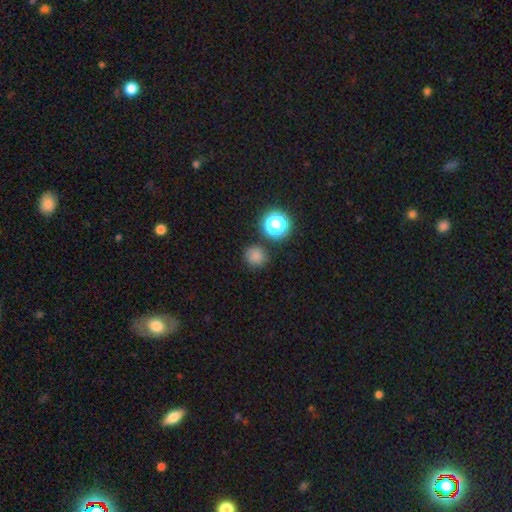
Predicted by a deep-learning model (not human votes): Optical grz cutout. It shows a smooth galaxy with no disk features (78%) that is round (87%). Merging: none (80%).